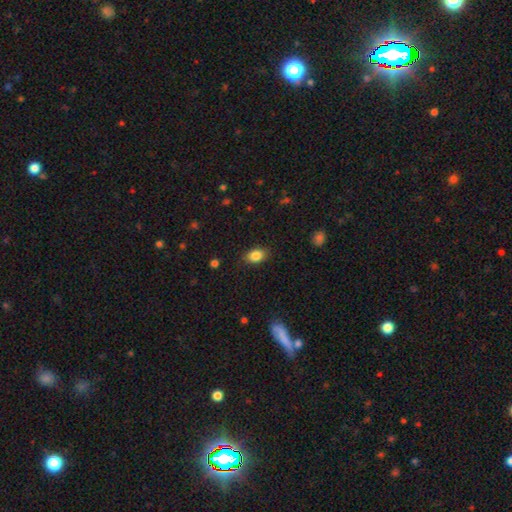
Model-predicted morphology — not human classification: smooth 85%, star or artifact 9%, featured or disk 6%. Down the decision tree: how rounded — in between (79%); merging — none (84%).